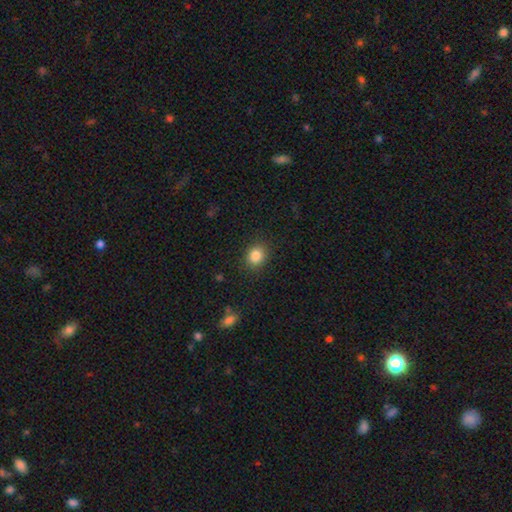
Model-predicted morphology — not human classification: smooth 85%, star or artifact 10%, featured or disk 5%. Down the decision tree: how rounded — round (66%); merging — none (87%).